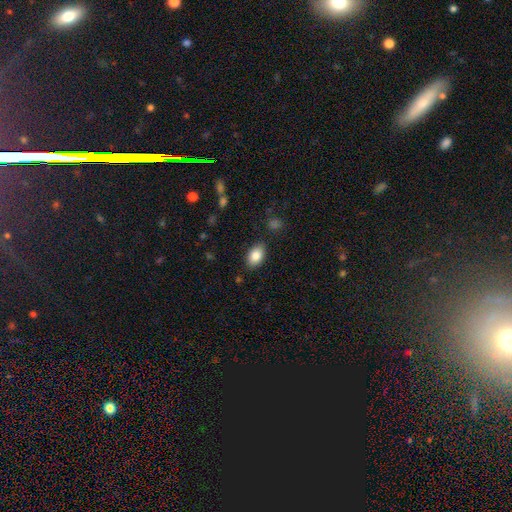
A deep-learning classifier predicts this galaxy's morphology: Smooth or featured? Predicted: smooth (p=0.85). How rounded? Predicted: in between (p=0.89). Merging? Predicted: none (p=0.84).